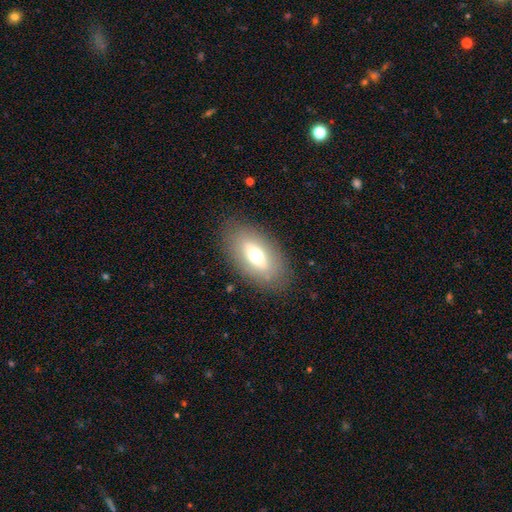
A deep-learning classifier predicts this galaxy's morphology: Overall: smooth (60%; featured or disk 32%). How rounded: in between (89%). Merging: none (82%).